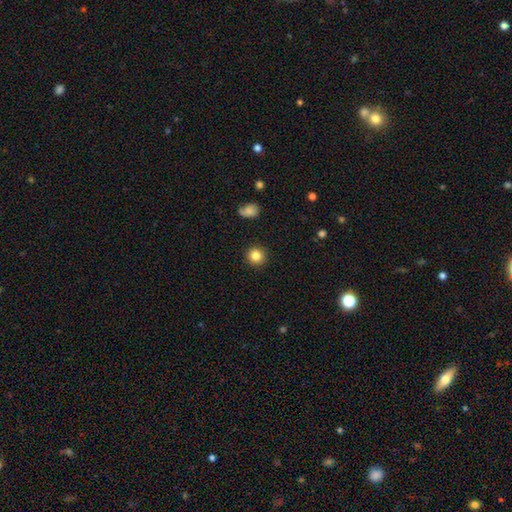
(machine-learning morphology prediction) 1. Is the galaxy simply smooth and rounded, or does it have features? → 84% smooth, 10% star or artifact, 5% featured or disk.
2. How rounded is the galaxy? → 92% round, 7% in between, 1% cigar-shaped.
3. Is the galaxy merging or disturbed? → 91% none, 5% minor disturbance, 2% major disturbance, 1% merger.